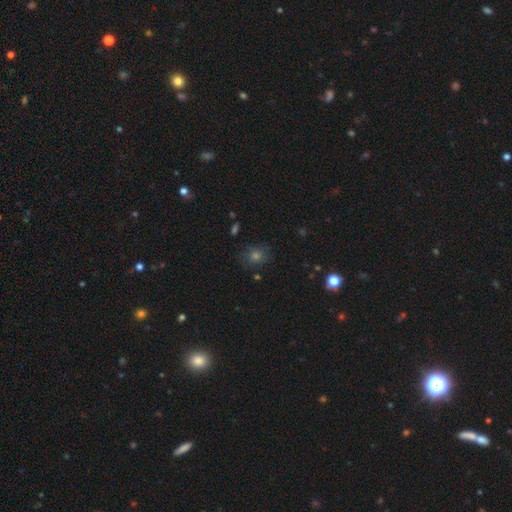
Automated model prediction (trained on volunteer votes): smooth_or_featured: smooth (p=0.59) [alt: star or artifact p=0.28]
how_rounded: round (p=0.72) [alt: in between p=0.26]
merging: none (p=0.82) [alt: minor disturbance p=0.12]